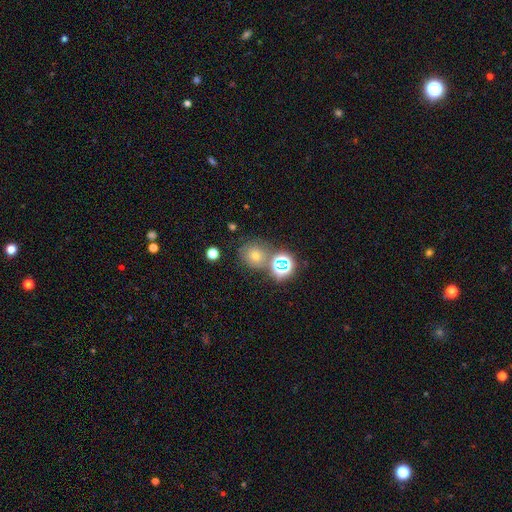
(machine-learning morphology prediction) Smooth or featured? Predicted: smooth (p=0.46). Merging? Predicted: none (p=0.70).